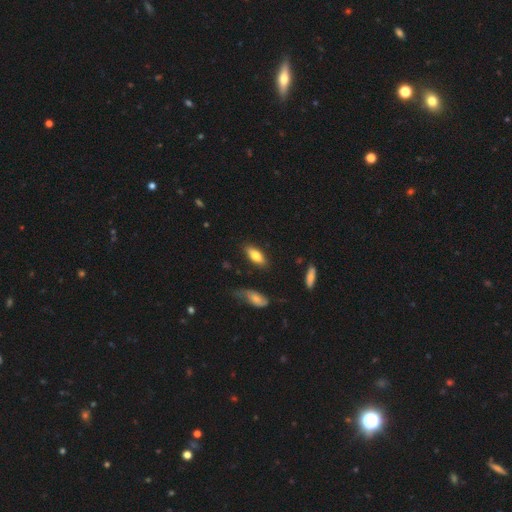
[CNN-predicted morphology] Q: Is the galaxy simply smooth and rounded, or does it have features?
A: smooth — 74%.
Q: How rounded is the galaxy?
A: in between — 76%.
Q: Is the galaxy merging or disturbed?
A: none — 81%.